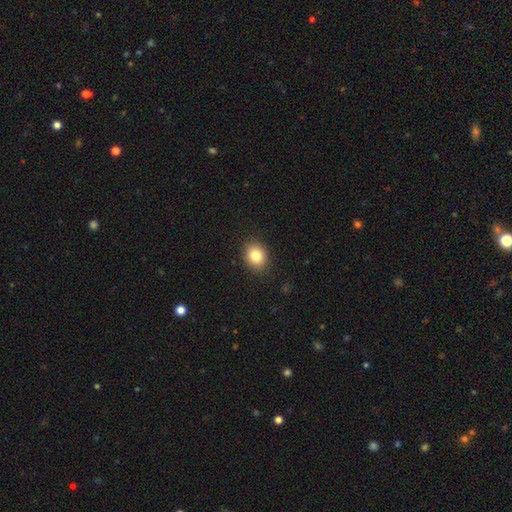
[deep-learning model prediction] Smooth or featured?
  - smooth: 83% *
  - star or artifact: 10%
  - featured or disk: 7%
How rounded?
  - round: 58% *
  - in between: 42%
  - cigar-shaped: 1%
Merging?
  - none: 89% *
  - minor disturbance: 8%
  - major disturbance: 2%
  - merger: 1%